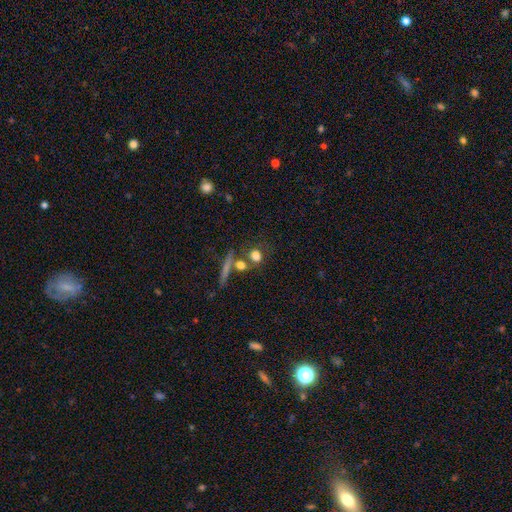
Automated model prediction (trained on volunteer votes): Q: Smooth or featured?
A: smooth (74%); runner-up: featured or disk (13%)
Q: How rounded?
A: round (63%); runner-up: in between (29%)
Q: Merging?
A: none (58%); runner-up: merger (22%)